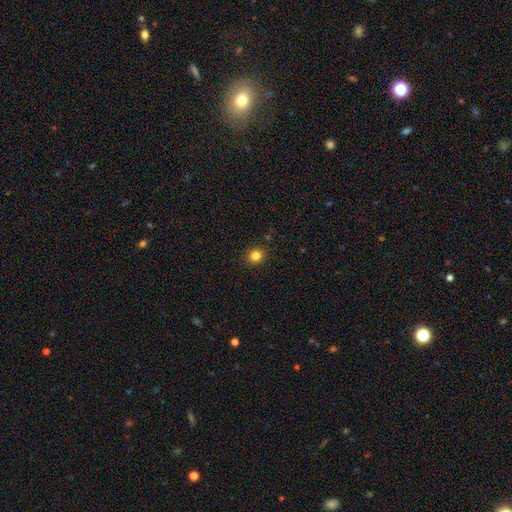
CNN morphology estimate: Smooth or featured? Predicted: smooth (p=0.82). How rounded? Predicted: round (p=0.85). Merging? Predicted: none (p=0.91).